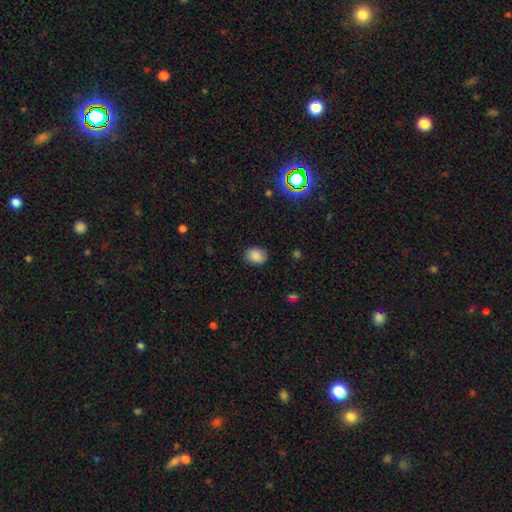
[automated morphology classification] This is clearly a smooth galaxy (86%). How rounded: possibly in between (50%, tied with round). Merging: clearly none (85%).